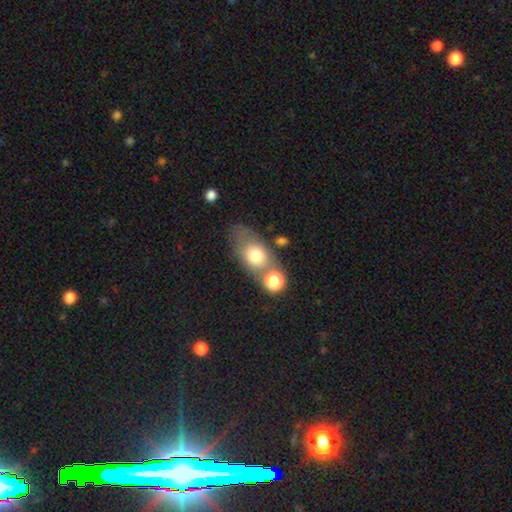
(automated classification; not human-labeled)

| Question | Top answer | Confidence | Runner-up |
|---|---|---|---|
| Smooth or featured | smooth | 69% | featured or disk (22%) |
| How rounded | in between | 79% | round (17%) |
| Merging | none | 46% | merger (28%) |